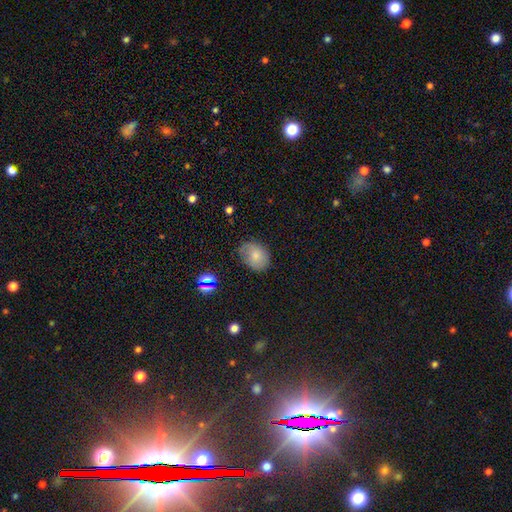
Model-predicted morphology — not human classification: This is likely a smooth galaxy (74%). How rounded: likely in between (67%). Merging: likely none (67%).